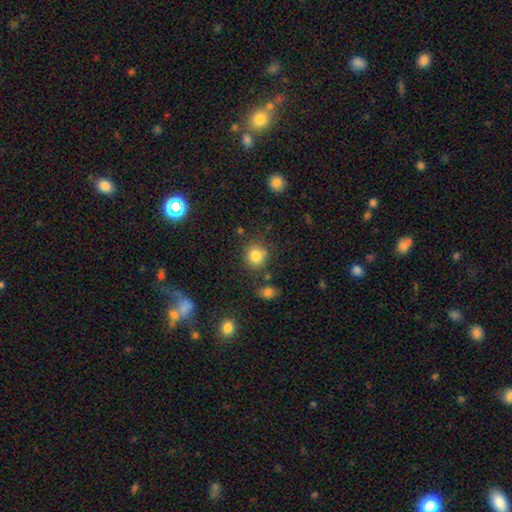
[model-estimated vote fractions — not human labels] smooth_or_featured: smooth (p=0.81) [alt: star or artifact p=0.12]
how_rounded: round (p=0.86) [alt: in between p=0.13]
merging: none (p=0.77) [alt: minor disturbance p=0.13]